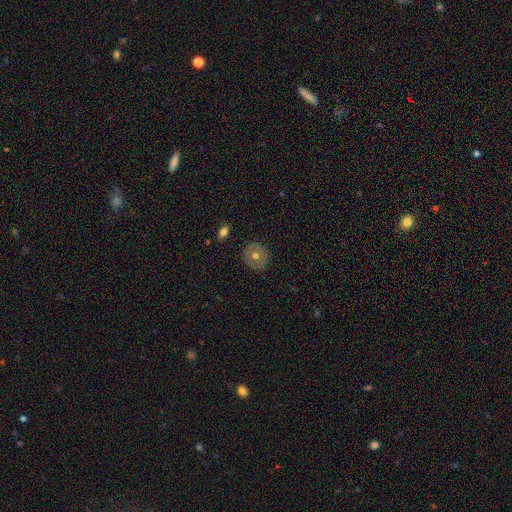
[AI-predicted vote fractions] smooth-or-featured: smooth: 53% | featured or disk: 39% | star or artifact: 8%
  how-rounded: round: 84% | in between: 15% | cigar-shaped: 1%
  merging: none: 88% | minor disturbance: 8% | major disturbance: 2% | merger: 1%